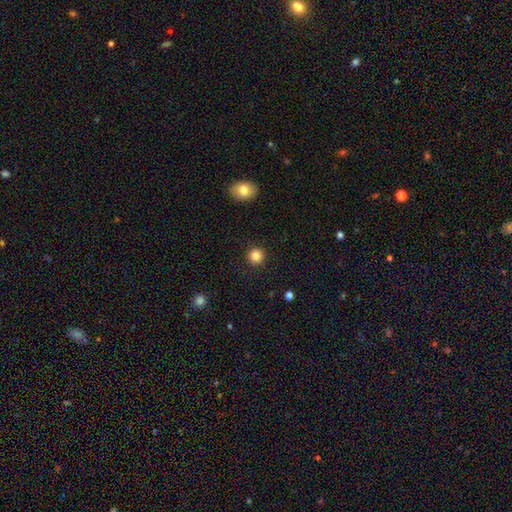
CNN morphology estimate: Overall: smooth (85%). How rounded: round (95%). Merging: none (92%).